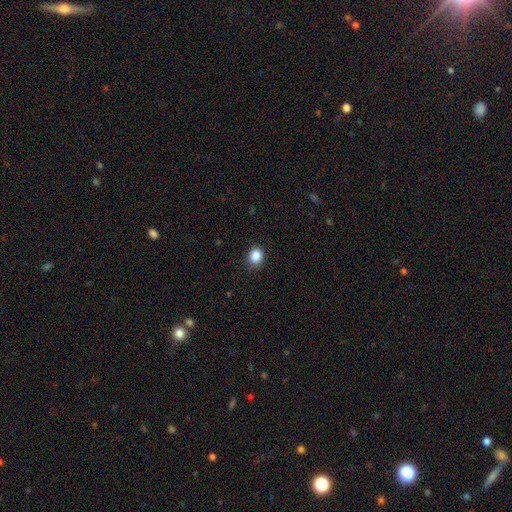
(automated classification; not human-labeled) A smooth galaxy with no disk features (87%) that is round (57%). Merging: none (87%).